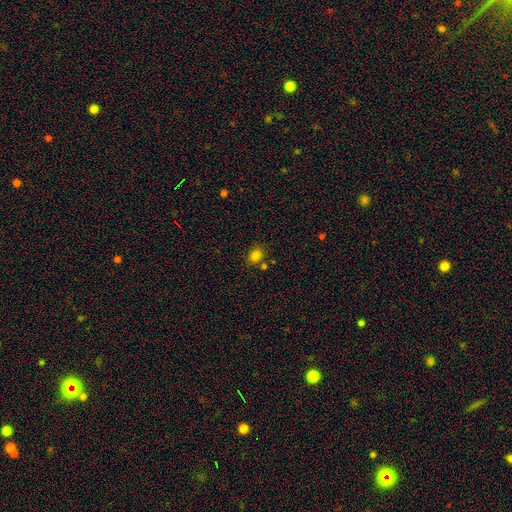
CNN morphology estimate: smooth_or_featured: smooth (p=0.81) [alt: star or artifact p=0.13]
how_rounded: in between (p=0.58) [alt: round p=0.41]
merging: none (p=0.76) [alt: minor disturbance p=0.12]